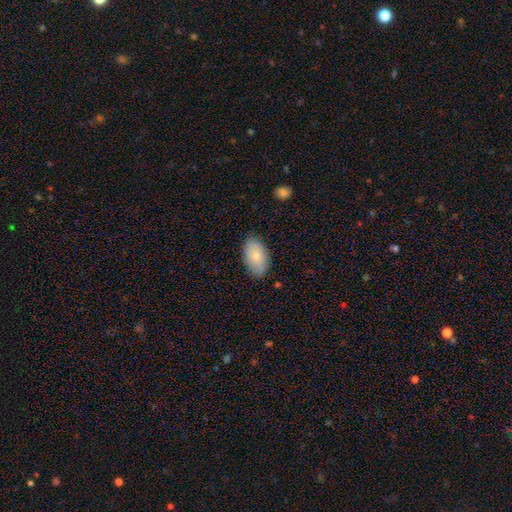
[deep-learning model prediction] smooth 82%, featured or disk 12%, star or artifact 6%. Down the decision tree: how rounded — in between (94%); merging — none (84%).